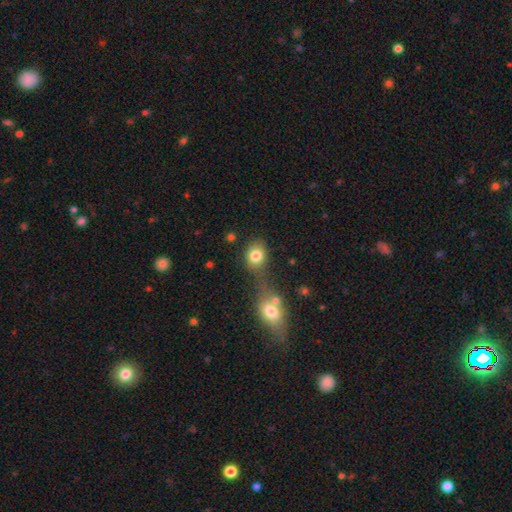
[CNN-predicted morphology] Q: Smooth or featured?
A: smooth (81%); runner-up: star or artifact (10%)
Q: How rounded?
A: round (55%); runner-up: in between (43%)
Q: Merging?
A: none (44%); runner-up: merger (38%)